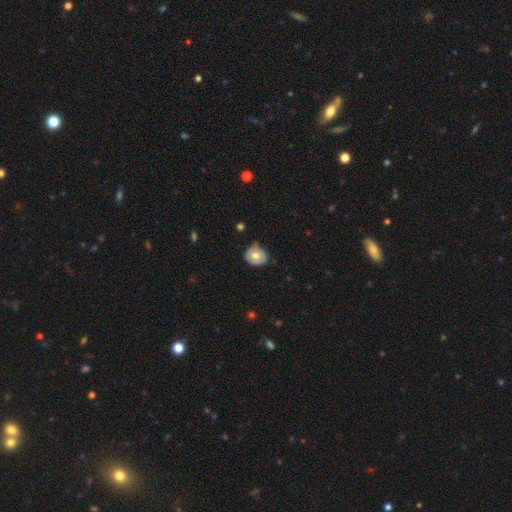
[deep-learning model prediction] smooth_or_featured: smooth (p=0.68) [alt: featured or disk p=0.25]
how_rounded: round (p=0.73) [alt: in between p=0.26]
merging: none (p=0.60) [alt: minor disturbance p=0.32]